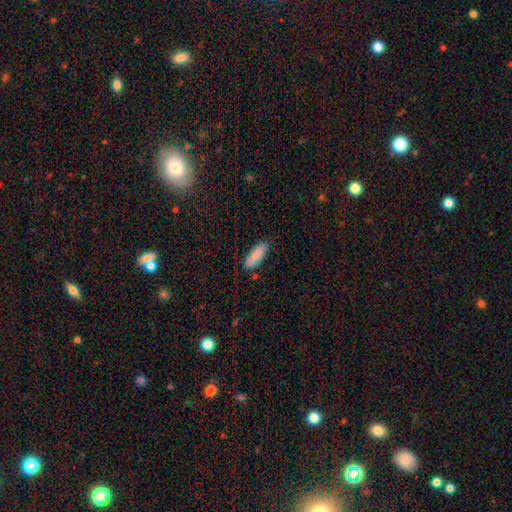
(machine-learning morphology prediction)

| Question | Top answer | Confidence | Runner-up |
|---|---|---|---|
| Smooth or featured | smooth | 87% | star or artifact (6%) |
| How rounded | in between | 64% | cigar-shaped (34%) |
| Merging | none | 82% | minor disturbance (14%) |